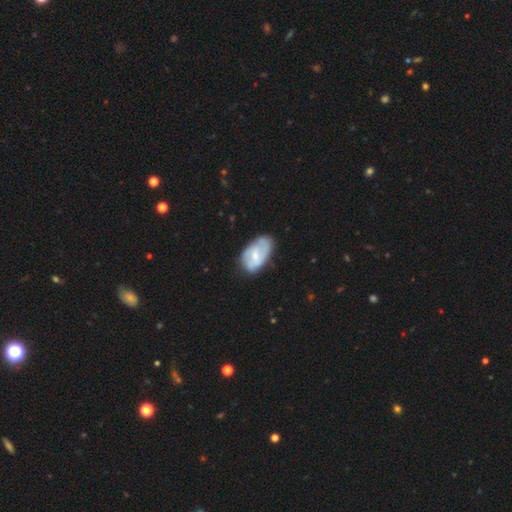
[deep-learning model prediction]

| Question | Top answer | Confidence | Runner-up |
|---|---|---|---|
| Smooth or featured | featured or disk | 54% | smooth (40%) |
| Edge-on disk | no | 96% | yes (4%) |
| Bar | weak | 48% | no (39%) |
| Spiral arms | yes | 65% | no (35%) |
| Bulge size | small | 53% | moderate (37%) |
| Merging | none | 59% | minor disturbance (29%) |